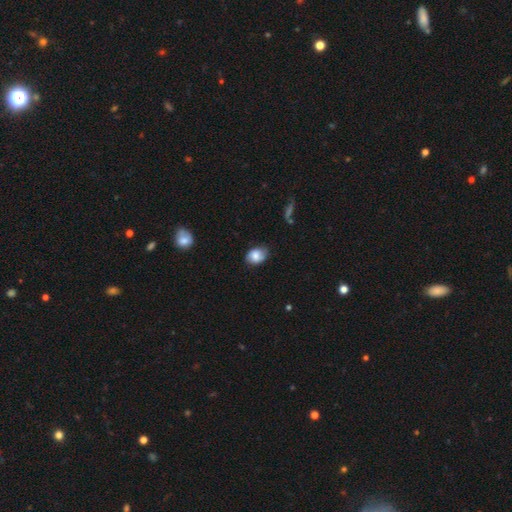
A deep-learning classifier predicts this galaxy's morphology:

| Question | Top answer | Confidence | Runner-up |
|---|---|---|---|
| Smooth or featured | smooth | 71% | featured or disk (20%) |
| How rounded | in between | 69% | round (30%) |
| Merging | none | 72% | minor disturbance (22%) |